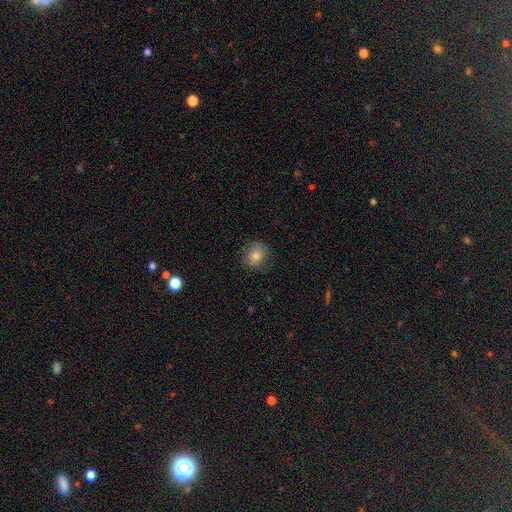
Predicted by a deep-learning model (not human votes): A smooth galaxy with no disk features (78%) that is round (75%). Merging: none (79%).